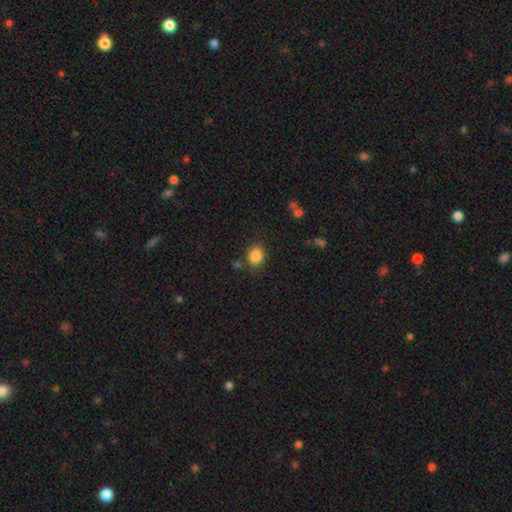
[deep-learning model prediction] A smooth galaxy with no disk features (86%) that is in between round and cigar-shaped (56%).

Vote fractions:
- Smooth or featured? smooth: 86% / star or artifact: 10% / featured or disk: 5%
- How rounded? in between: 56% / round: 43% / cigar-shaped: 1%
- Merging? none: 78% / minor disturbance: 13% / merger: 5% / major disturbance: 4%